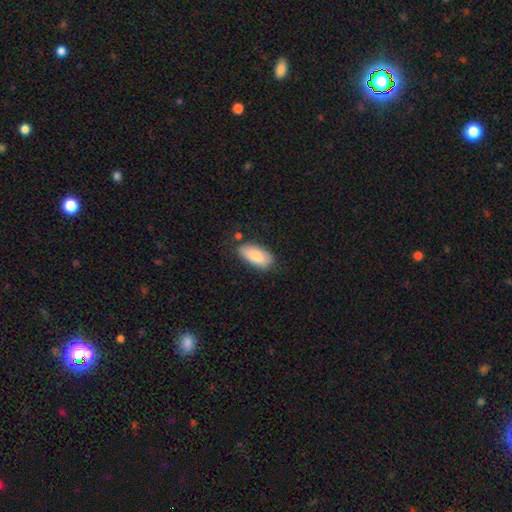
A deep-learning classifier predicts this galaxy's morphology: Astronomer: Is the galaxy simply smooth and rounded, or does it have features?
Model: smooth — 84%.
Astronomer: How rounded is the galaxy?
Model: in between — 89%.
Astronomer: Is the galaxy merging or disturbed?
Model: none — 78%.